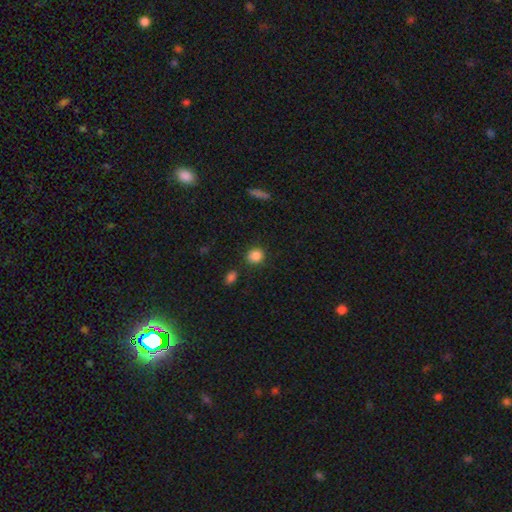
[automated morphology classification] Smooth or featured? Predicted: smooth (p=0.86). How rounded? Predicted: round (p=0.80). Merging? Predicted: none (p=0.82).